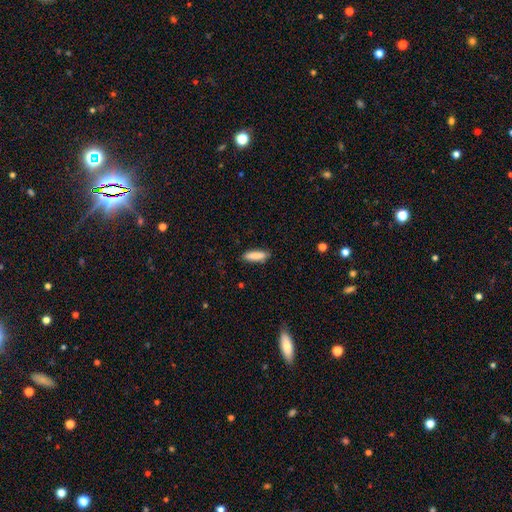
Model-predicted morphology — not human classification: Smooth or featured: smooth — 88% (featured or disk — 6%)
How rounded: cigar-shaped — 53% (in between — 45%)
Merging: none — 86% (minor disturbance — 11%)